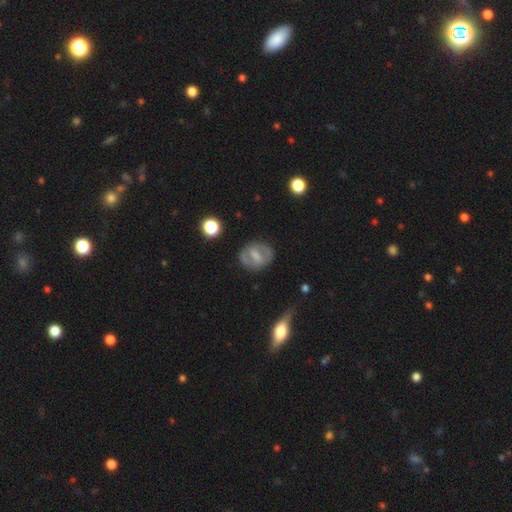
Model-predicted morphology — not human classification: A featured or disk galaxy (53%).

Vote fractions:
- Smooth or featured? featured or disk: 53% / smooth: 40% / star or artifact: 7%
- Edge-on disk? no: 94% / yes: 6%
- Merging? none: 78% / minor disturbance: 14% / major disturbance: 6% / merger: 2%